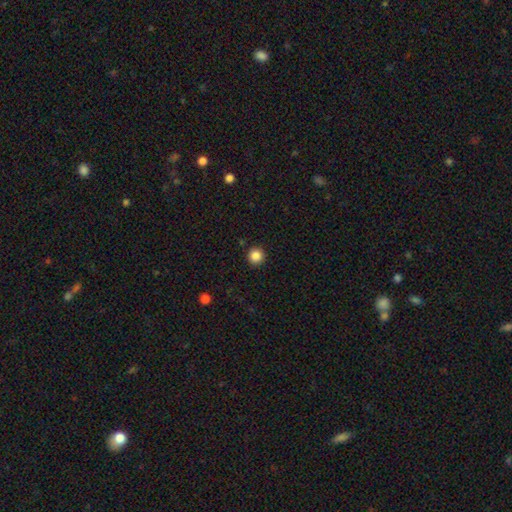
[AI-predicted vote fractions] Smooth or featured? smooth (86%)
How rounded? round (95%)
Merging? none (93%)